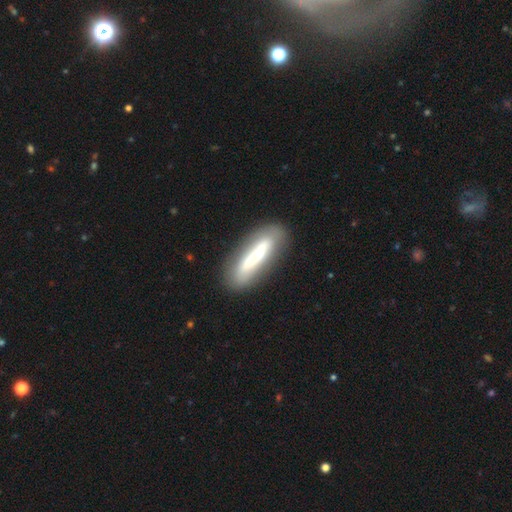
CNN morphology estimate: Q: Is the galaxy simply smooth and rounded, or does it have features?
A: featured or disk — 47%.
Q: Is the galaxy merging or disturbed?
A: none — 77%.